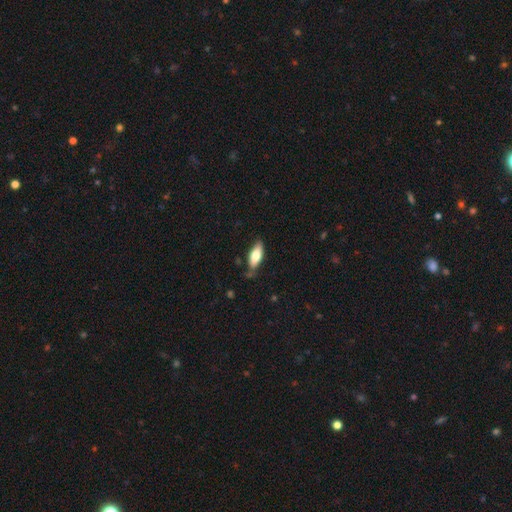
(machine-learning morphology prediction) Smooth or featured? smooth (73%)
How rounded? in between (75%)
Merging? none (73%)